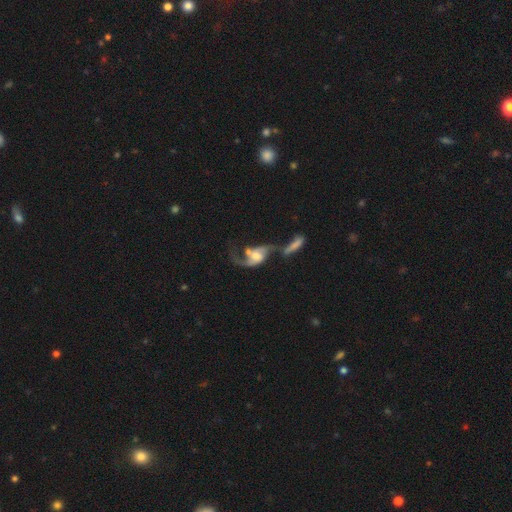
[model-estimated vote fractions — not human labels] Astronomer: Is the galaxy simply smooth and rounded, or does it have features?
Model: featured or disk — 80%.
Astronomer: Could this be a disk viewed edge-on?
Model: no — 95%.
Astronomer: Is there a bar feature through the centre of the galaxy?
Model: no — 55% (runner-up: weak, 34%).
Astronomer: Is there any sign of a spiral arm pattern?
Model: yes — 91%.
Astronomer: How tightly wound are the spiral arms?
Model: loose — 72%.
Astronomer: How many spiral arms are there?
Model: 2 — 77%.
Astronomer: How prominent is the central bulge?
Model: moderate — 48% (runner-up: small, 27%).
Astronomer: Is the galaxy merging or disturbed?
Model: merger — 56%.